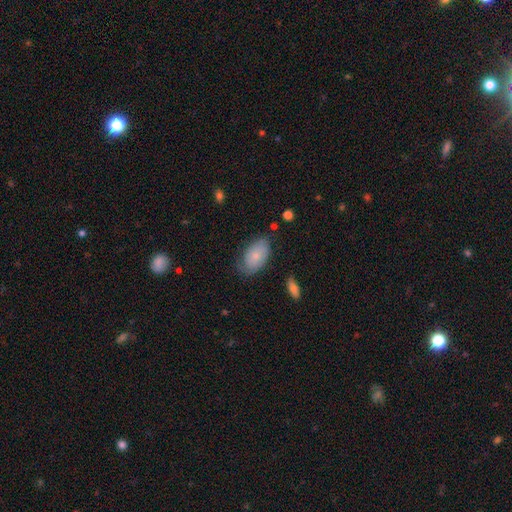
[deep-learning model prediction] This appears to be a smooth galaxy with no disk features (66%) that is in between round and cigar-shaped (93%). Merging: none (61%).